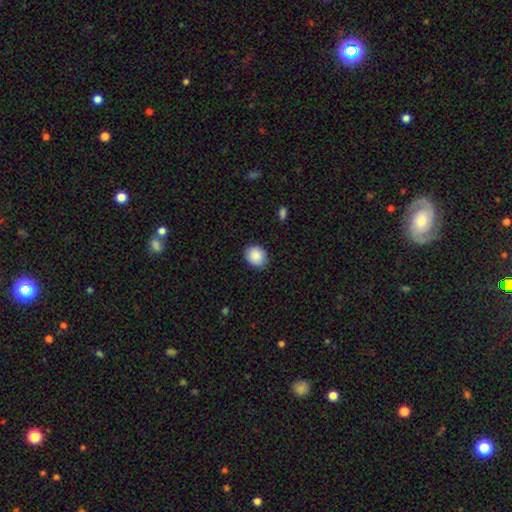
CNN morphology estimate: The model was most divided on "how rounded": round: 68%, in between: 31%, cigar-shaped: 1%. More confident: smooth or featured — smooth (88%); merging — none (87%).